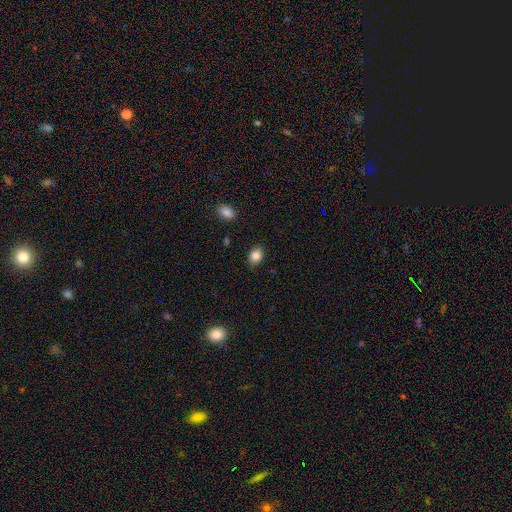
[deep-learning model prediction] smooth-or-featured: smooth: 86% | star or artifact: 9% | featured or disk: 5%
  how-rounded: in between: 67% | round: 32% | cigar-shaped: 1%
  merging: none: 85% | minor disturbance: 11% | major disturbance: 2% | merger: 1%